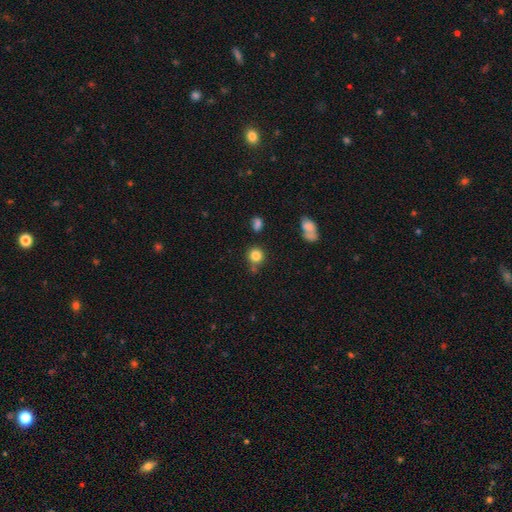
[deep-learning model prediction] Q: Smooth or featured?
A: smooth (82%); runner-up: star or artifact (12%)
Q: How rounded?
A: round (87%); runner-up: in between (12%)
Q: Merging?
A: none (70%); runner-up: minor disturbance (15%)